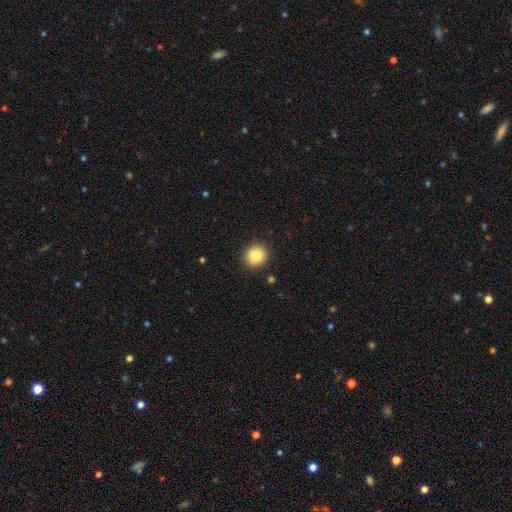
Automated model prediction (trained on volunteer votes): Smooth or featured?
  - smooth: 83% *
  - star or artifact: 10%
  - featured or disk: 7%
How rounded?
  - round: 94% *
  - in between: 5%
  - cigar-shaped: 1%
Merging?
  - none: 91% *
  - minor disturbance: 6%
  - major disturbance: 2%
  - merger: 1%